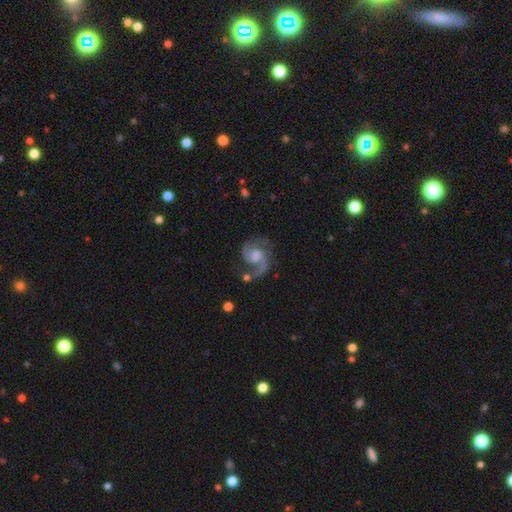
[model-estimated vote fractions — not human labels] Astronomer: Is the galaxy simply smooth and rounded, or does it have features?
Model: featured or disk — 87%.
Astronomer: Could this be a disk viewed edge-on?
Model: no — 98%.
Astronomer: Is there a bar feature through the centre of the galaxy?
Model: no — 50% (runner-up: weak, 43%).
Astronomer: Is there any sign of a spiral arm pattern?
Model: yes — 97%.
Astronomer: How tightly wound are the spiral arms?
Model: medium — 53% (runner-up: loose, 33%).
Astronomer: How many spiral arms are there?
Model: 2 — 77%.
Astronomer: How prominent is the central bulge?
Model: moderate — 45% (runner-up: small, 27%).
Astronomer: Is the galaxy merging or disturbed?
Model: none — 61%.